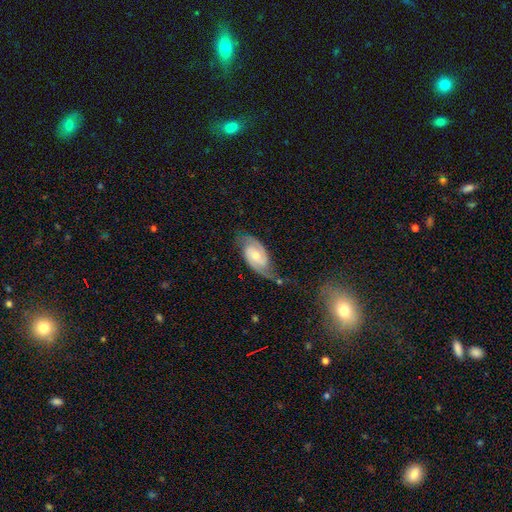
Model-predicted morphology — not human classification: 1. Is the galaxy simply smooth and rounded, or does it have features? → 83% featured or disk, 11% smooth, 6% star or artifact.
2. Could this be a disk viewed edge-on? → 96% no, 4% yes.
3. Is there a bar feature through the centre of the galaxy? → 48% no, 41% weak, 11% strong.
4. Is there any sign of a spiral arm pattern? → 97% yes, 3% no.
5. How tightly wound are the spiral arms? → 46% medium, 36% tight, 18% loose.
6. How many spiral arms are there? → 90% 2, 5% can't tell, 2% 1, 2% 3, 1% 4, 1% more than 4.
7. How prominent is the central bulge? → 53% moderate, 40% small, 3% large, 2% none, 1% dominant.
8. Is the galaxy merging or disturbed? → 63% none, 22% minor disturbance, 11% major disturbance, 4% merger.